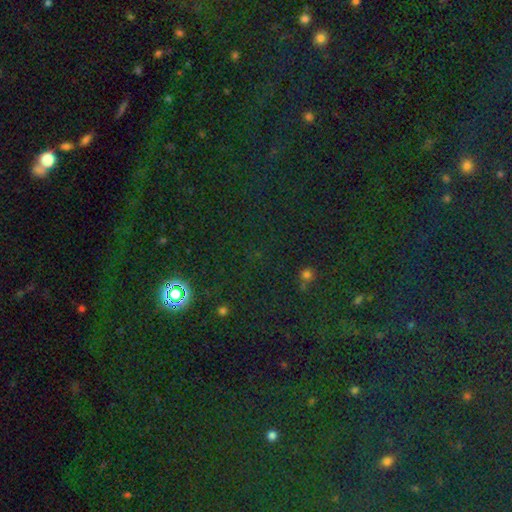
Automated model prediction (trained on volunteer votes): smooth-or-featured: star or artifact: 79% | smooth: 14% | featured or disk: 7%